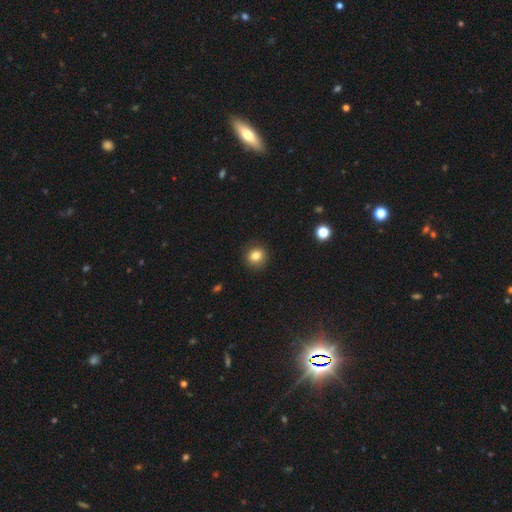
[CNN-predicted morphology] This is clearly a smooth galaxy (82%). How rounded: clearly round (85%). Merging: clearly none (89%).